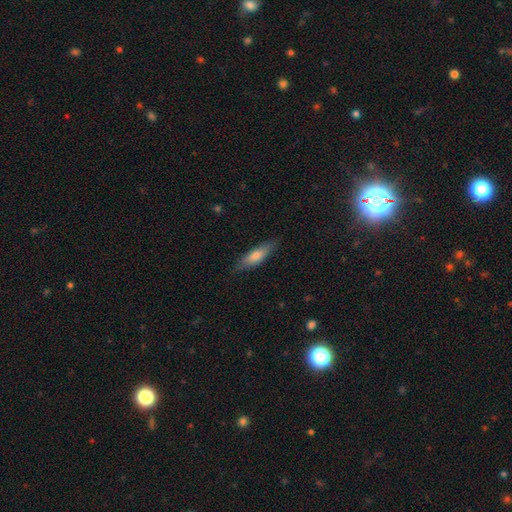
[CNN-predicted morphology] A smooth galaxy with no disk features (53%) that is cigar-shaped (71%). Merging: none (85%).